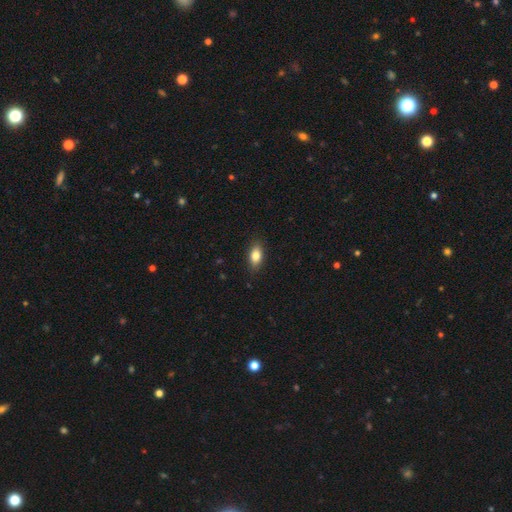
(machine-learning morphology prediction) smooth-or-featured: smooth: 82% | featured or disk: 10% | star or artifact: 8%
  how-rounded: in between: 87% | cigar-shaped: 7% | round: 6%
  merging: none: 87% | minor disturbance: 10% | major disturbance: 2% | merger: 1%